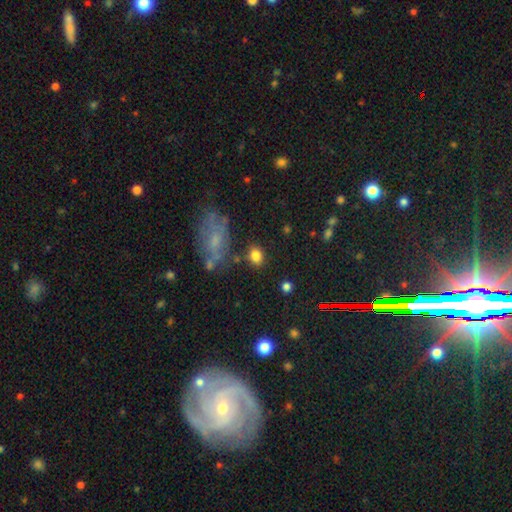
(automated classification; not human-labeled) Smooth or featured? smooth (83%)
How rounded? in between (50%)
Merging? none (80%)